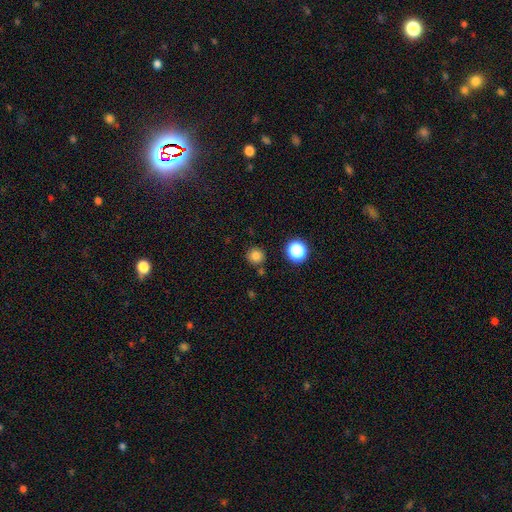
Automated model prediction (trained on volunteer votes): smooth 80%, star or artifact 15%, featured or disk 5%. Down the decision tree: how rounded — round (94%); merging — none (84%).